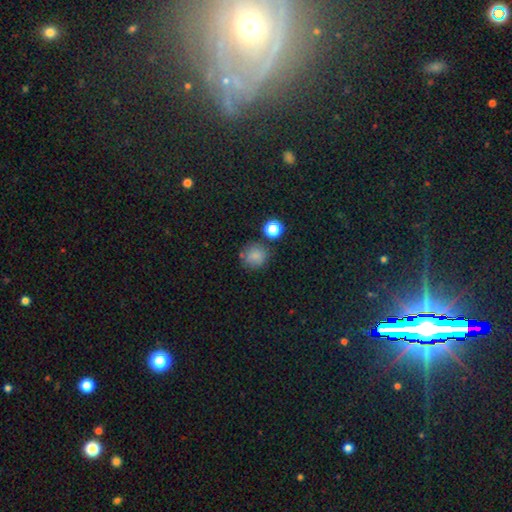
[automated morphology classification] smooth-or-featured: smooth: 81% | star or artifact: 13% | featured or disk: 7%
  how-rounded: round: 90% | in between: 9% | cigar-shaped: 1%
  merging: none: 75% | minor disturbance: 13% | merger: 8% | major disturbance: 4%